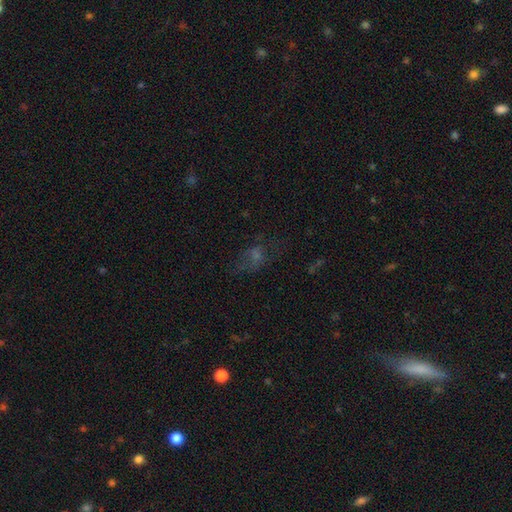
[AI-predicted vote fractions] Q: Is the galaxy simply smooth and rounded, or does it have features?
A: smooth — 39%.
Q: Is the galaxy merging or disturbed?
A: none — 52%.